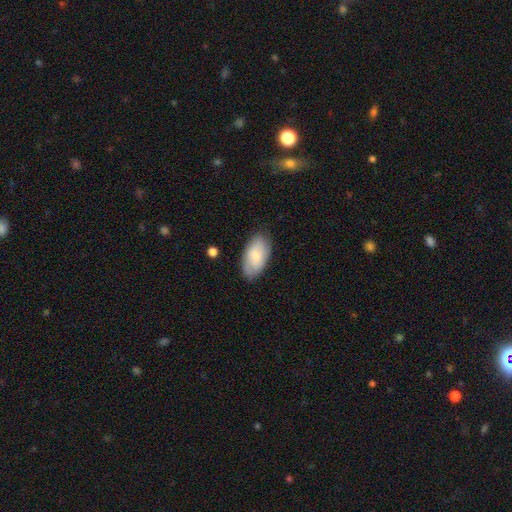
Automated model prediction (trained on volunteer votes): Smooth or featured? Predicted: smooth (p=0.72). How rounded? Predicted: in between (p=0.94). Merging? Predicted: none (p=0.80).